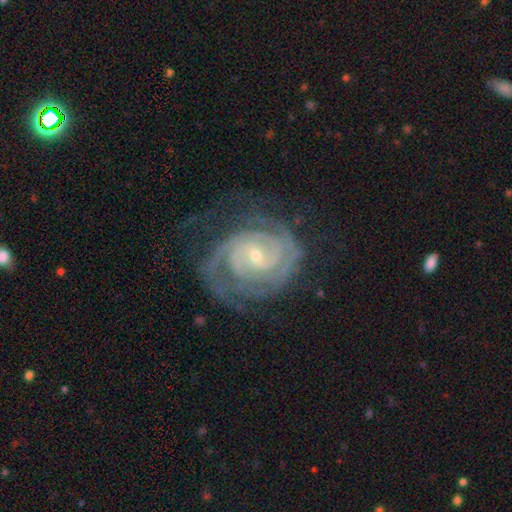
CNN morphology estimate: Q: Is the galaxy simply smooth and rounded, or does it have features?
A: featured or disk — 90%.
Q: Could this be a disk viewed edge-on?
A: no — 97%.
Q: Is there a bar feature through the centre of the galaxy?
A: no — 49%.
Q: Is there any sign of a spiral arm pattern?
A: yes — 98%.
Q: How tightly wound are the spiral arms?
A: tight — 73%.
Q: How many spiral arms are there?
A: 2 — 41%.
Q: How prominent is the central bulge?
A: small — 74%.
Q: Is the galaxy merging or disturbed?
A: none — 63%.